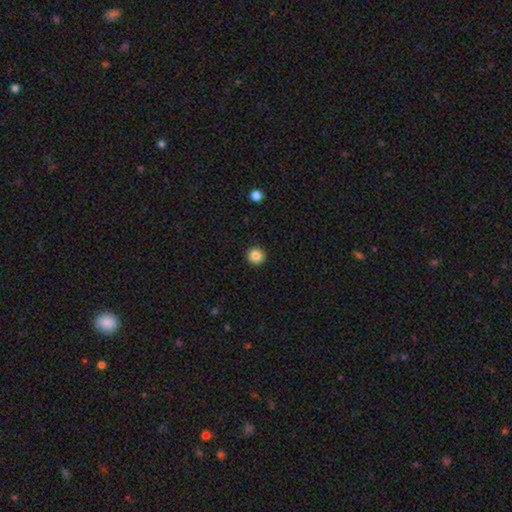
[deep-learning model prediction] This is clearly a smooth galaxy (85%). How rounded: clearly round (95%). Merging: clearly none (93%).